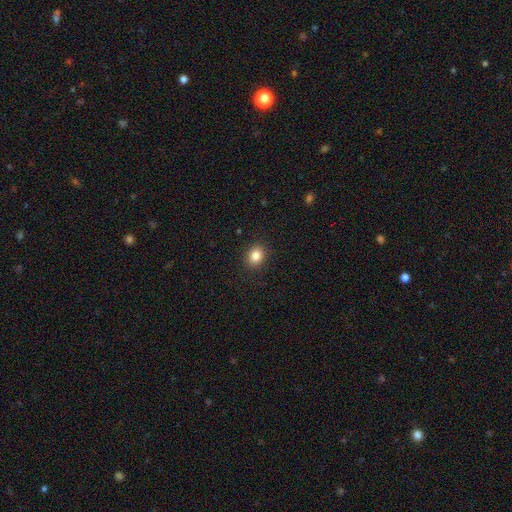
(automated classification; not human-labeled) This appears to be a smooth galaxy with no disk features (85%) that is round (54%). Merging: none (89%).